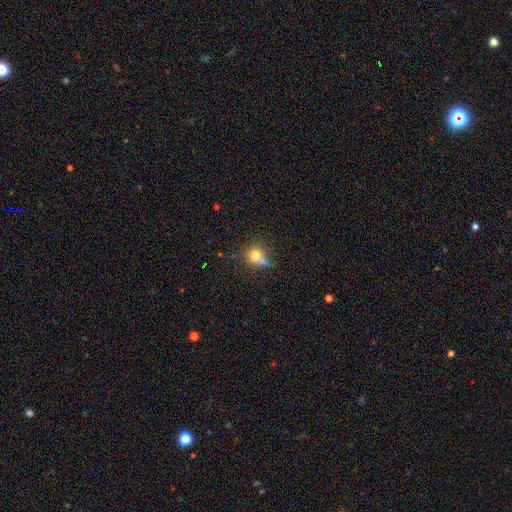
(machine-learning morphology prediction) Smooth or featured? Predicted: smooth (p=0.75). How rounded? Predicted: round (p=0.78). Merging? Predicted: none (p=0.44).